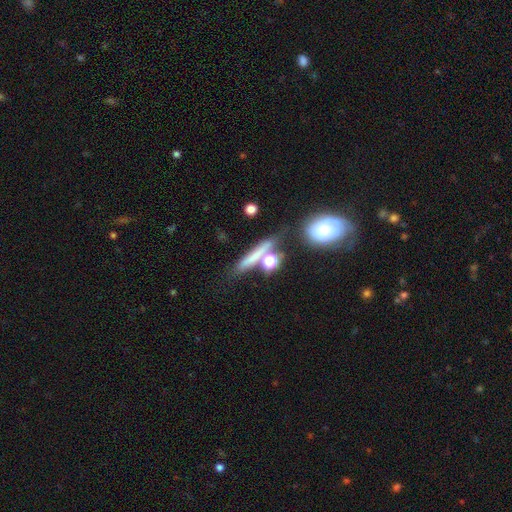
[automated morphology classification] smooth-or-featured: smooth: 60% | featured or disk: 26% | star or artifact: 14%
  how-rounded: cigar-shaped: 64% | round: 21% | in between: 15%
  merging: none: 60% | merger: 20% | minor disturbance: 13% | major disturbance: 7%